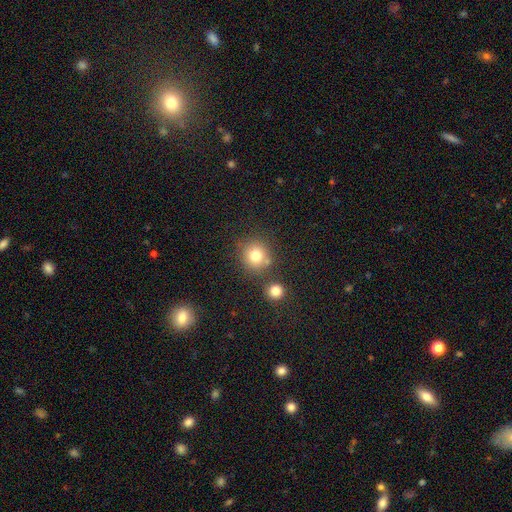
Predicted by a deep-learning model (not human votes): A smooth galaxy with no disk features (78%) that is round (90%).

Vote fractions:
- Smooth or featured? smooth: 78% / star or artifact: 13% / featured or disk: 9%
- How rounded? round: 90% / in between: 9% / cigar-shaped: 1%
- Merging? none: 72% / merger: 15% / minor disturbance: 10% / major disturbance: 3%